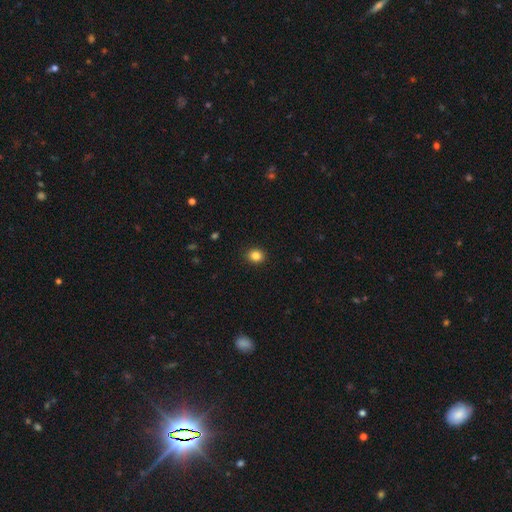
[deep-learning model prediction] Smooth or featured? smooth (84%)
How rounded? round (70%)
Merging? none (91%)